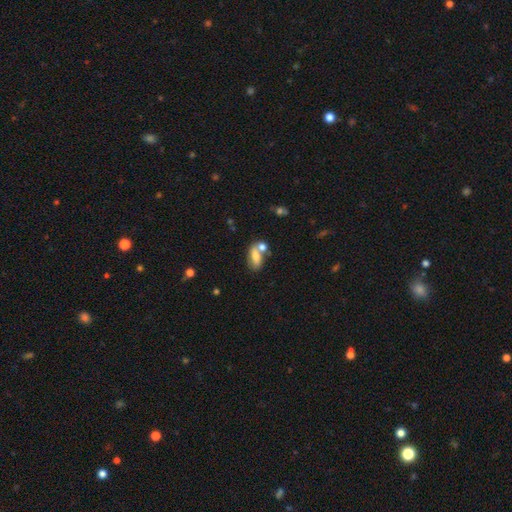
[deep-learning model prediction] smooth 68%, featured or disk 22%, star or artifact 10%. Down the decision tree: how rounded — in between (80%); merging — none (43%).